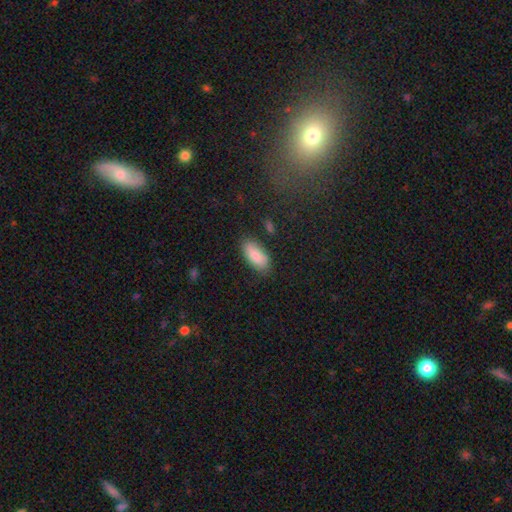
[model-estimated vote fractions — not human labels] The model was most divided on "merging": none: 80%, minor disturbance: 15%, major disturbance: 3%, merger: 2%. More confident: how rounded — in between (88%); smooth or featured — smooth (84%).